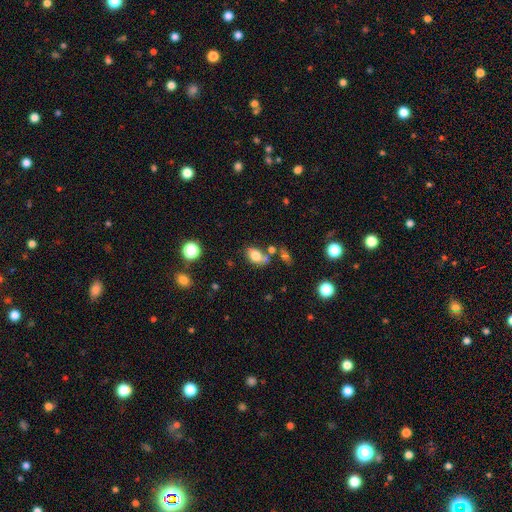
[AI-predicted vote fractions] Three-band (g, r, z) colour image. It shows a smooth galaxy with no disk features (76%) that is in between round and cigar-shaped (88%). Merging: none (53%).